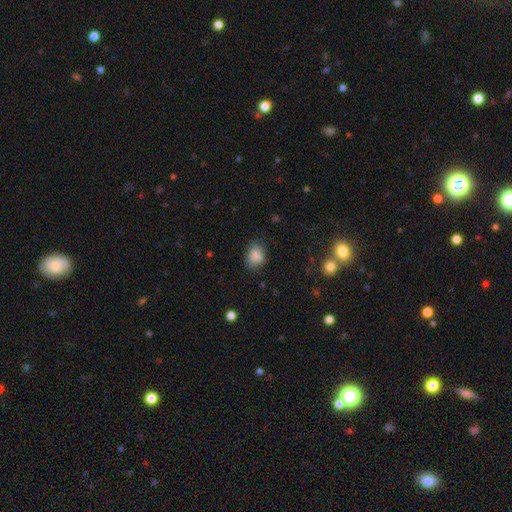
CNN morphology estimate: Smooth or featured: smooth — 82% (star or artifact — 11%)
How rounded: in between — 65% (round — 34%)
Merging: none — 65% (minor disturbance — 21%)